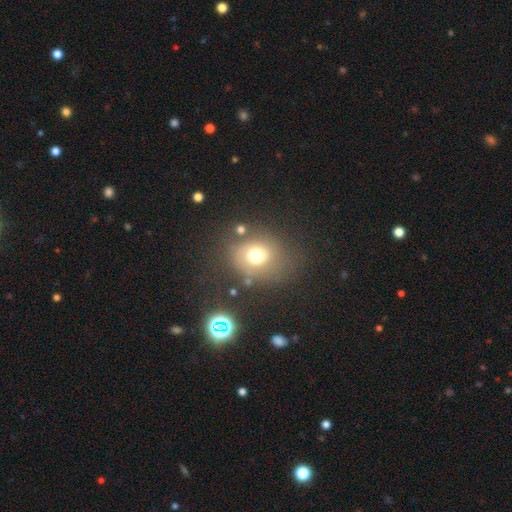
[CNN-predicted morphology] type=smooth (66%); roundness=round (71%); merging=none (64%).